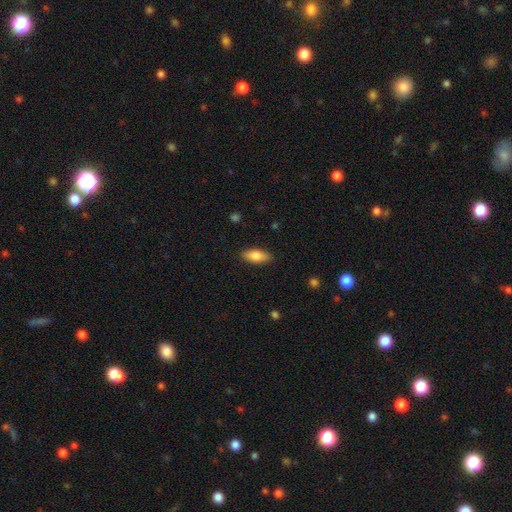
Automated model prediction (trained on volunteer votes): This appears to be a smooth galaxy with no disk features (81%) that is in between round and cigar-shaped (81%). Merging: none (87%).